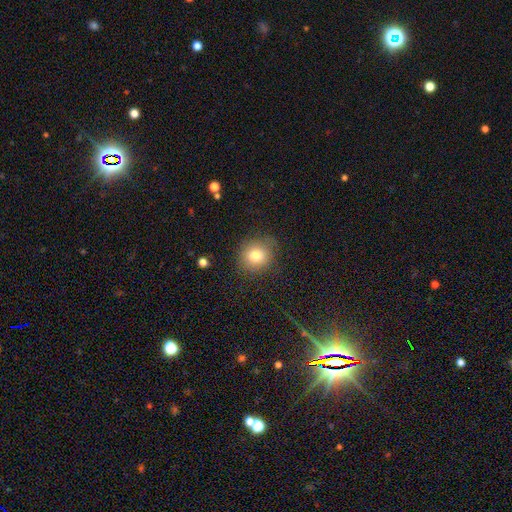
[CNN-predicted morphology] Overall: smooth (78%). How rounded: round (82%). Merging: none (80%).